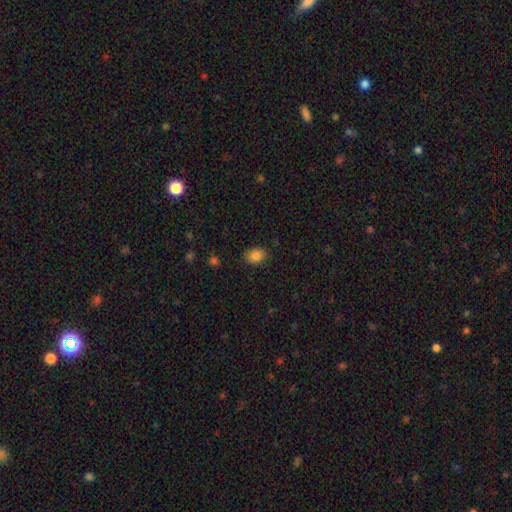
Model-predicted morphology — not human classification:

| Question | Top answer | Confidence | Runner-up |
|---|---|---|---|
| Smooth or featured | smooth | 85% | star or artifact (10%) |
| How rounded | in between | 67% | round (31%) |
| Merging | none | 85% | minor disturbance (11%) |